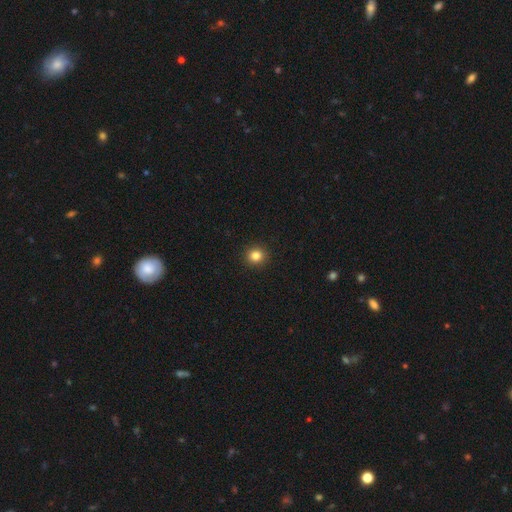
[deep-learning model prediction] A smooth galaxy with no disk features (84%) that is round (90%). Merging: none (93%).